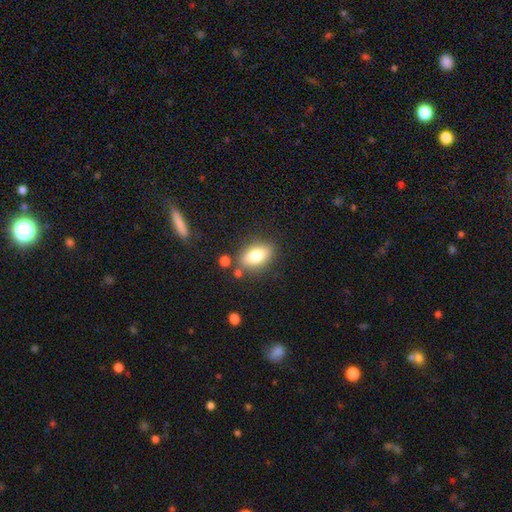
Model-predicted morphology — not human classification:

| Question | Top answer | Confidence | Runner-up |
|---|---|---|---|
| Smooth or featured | smooth | 77% | featured or disk (15%) |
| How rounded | in between | 86% | round (9%) |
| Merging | none | 78% | minor disturbance (12%) |